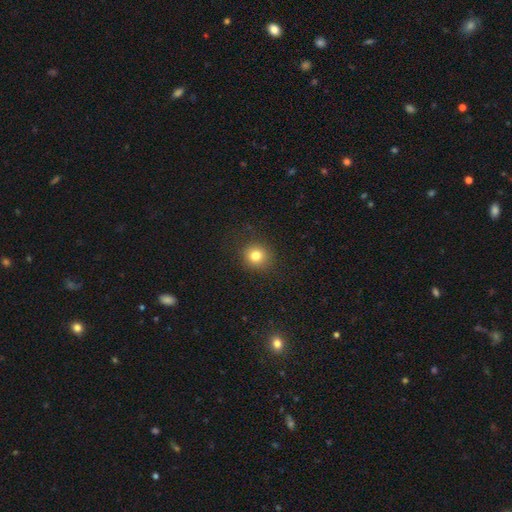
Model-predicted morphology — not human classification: Overall: smooth (80%). How rounded: round (83%). Merging: none (86%).